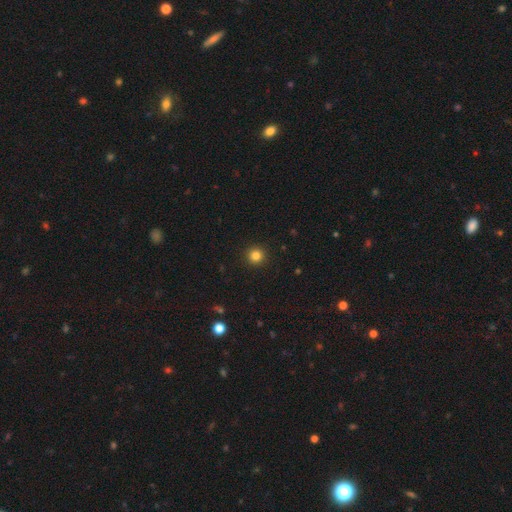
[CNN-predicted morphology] type=smooth (83%); roundness=round (95%); merging=none (93%).